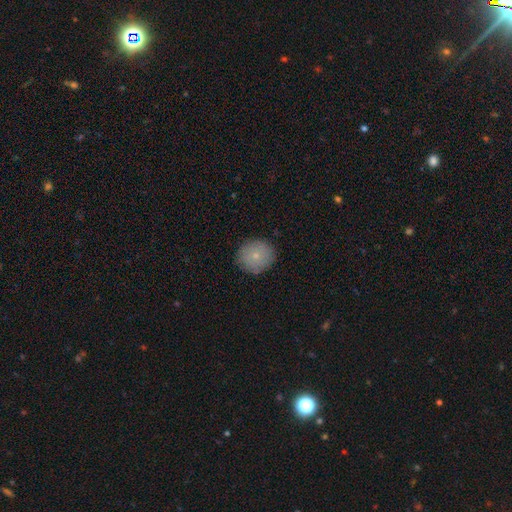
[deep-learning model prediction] smooth_or_featured: smooth (p=0.78) [alt: featured or disk p=0.14]
how_rounded: round (p=0.85) [alt: in between p=0.14]
merging: none (p=0.87) [alt: minor disturbance p=0.10]